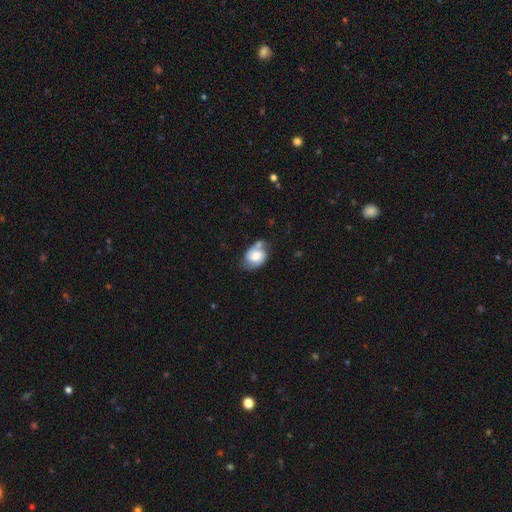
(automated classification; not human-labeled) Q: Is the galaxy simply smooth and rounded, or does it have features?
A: smooth — 56%.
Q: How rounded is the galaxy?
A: in between — 66%.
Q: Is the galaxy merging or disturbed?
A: none — 43%.